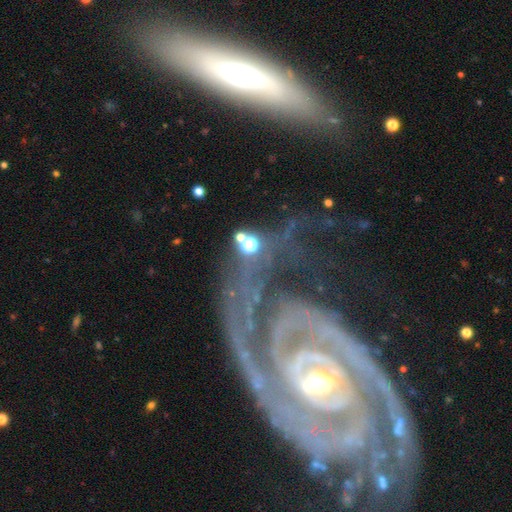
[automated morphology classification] smooth-or-featured: featured or disk: 82% | smooth: 11% | star or artifact: 7%
  disk-edge-on: no: 89% | yes: 11%
    bar: no: 51% | weak: 27% | strong: 23%
    has-spiral-arms: yes: 90% | no: 10%
      spiral-winding: tight: 64% | medium: 26% | loose: 10%
      spiral-arm-count: 2: 51% | can't tell: 20% | 3: 12% | 1: 7% | 4: 5% | more than 4: 5%
    bulge-size: moderate: 53% | small: 34% | large: 9% | none: 2% | dominant: 2%
  merging: none: 50% | minor disturbance: 19% | major disturbance: 18% | merger: 13%